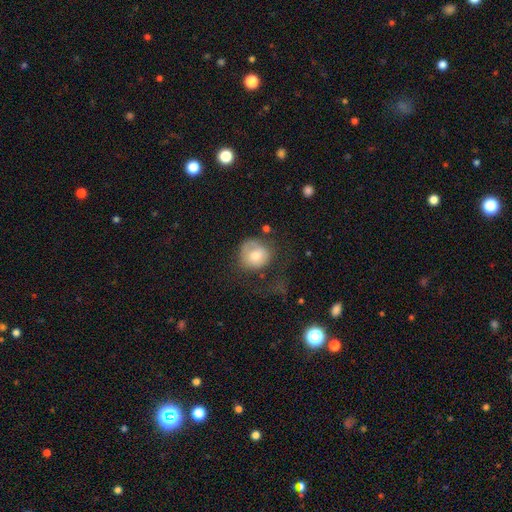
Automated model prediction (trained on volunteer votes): Overall: smooth (69%). How rounded: round (80%). Merging: none (40%; major disturbance 34%).